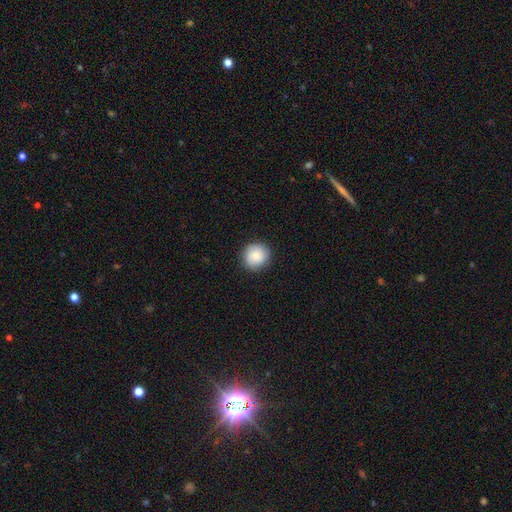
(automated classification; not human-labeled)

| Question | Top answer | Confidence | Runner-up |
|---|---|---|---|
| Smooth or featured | smooth | 83% | featured or disk (10%) |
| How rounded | round | 90% | in between (9%) |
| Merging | none | 88% | minor disturbance (9%) |